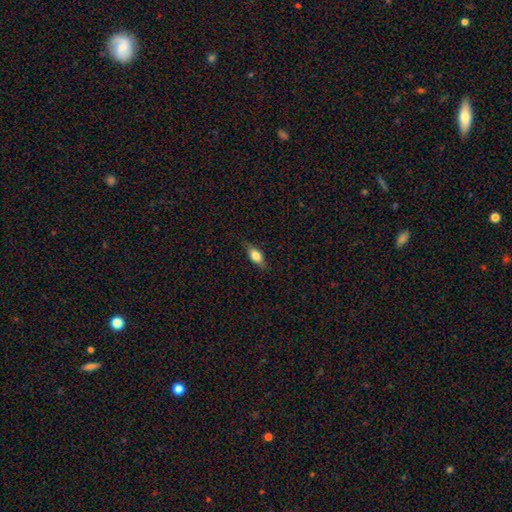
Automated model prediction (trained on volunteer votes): Overall: smooth (72%). How rounded: in between (79%). Merging: none (79%).